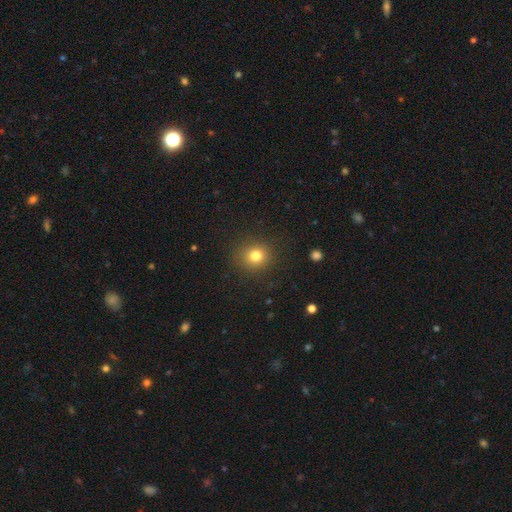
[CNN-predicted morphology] Smooth or featured? smooth (79%)
How rounded? round (84%)
Merging? none (88%)